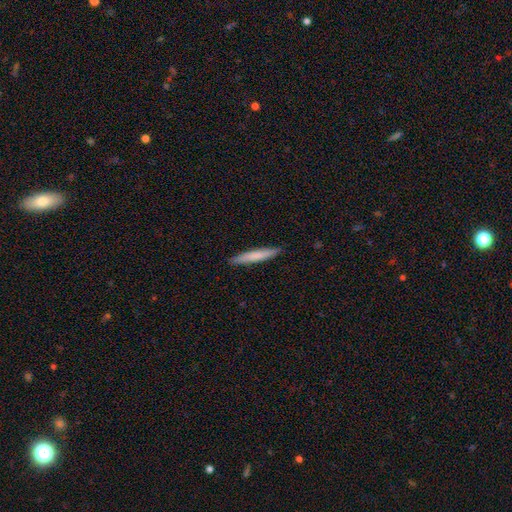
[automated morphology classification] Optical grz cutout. It shows a smooth galaxy with no disk features (75%) that is cigar-shaped (95%). Merging: none (91%).